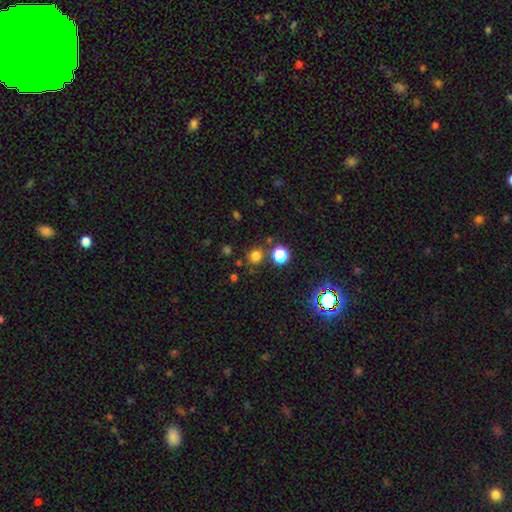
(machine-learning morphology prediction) Smooth or featured? Predicted: smooth (p=0.75). How rounded? Predicted: round (p=0.90). Merging? Predicted: none (p=0.81).